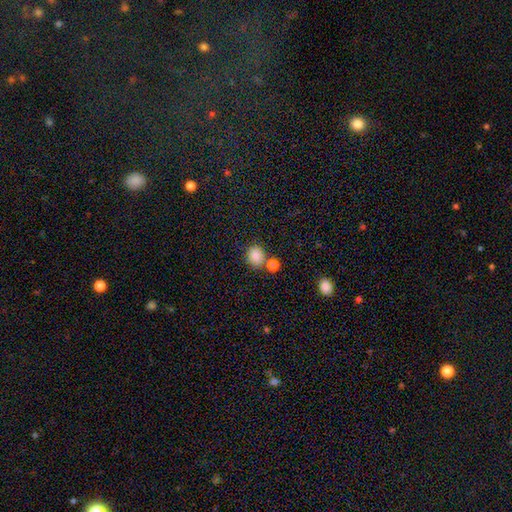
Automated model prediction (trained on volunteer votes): This is clearly a smooth galaxy (85%). How rounded: likely round (66%). Merging: likely none (69%).